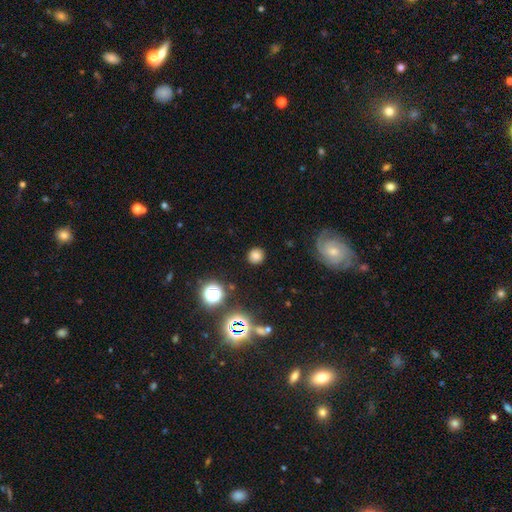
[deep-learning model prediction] A smooth galaxy with no disk features (76%) that is round (91%).

Vote fractions:
- Smooth or featured? smooth: 76% / star or artifact: 16% / featured or disk: 8%
- How rounded? round: 91% / in between: 8% / cigar-shaped: 1%
- Merging? none: 88% / minor disturbance: 7% / major disturbance: 3% / merger: 2%